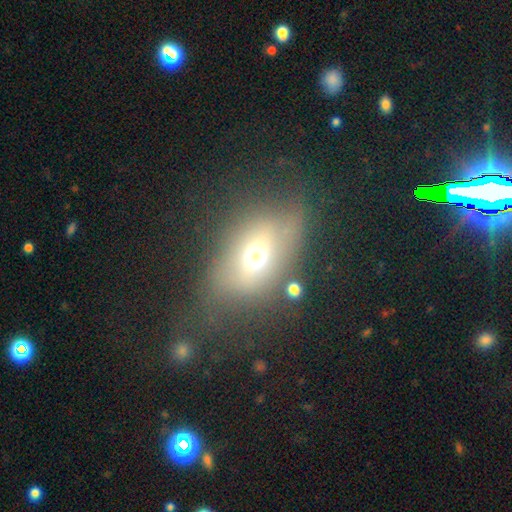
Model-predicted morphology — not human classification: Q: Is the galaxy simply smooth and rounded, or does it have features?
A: smooth — 55%.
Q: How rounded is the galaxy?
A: in between — 78%.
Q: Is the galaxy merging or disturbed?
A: none — 52%.